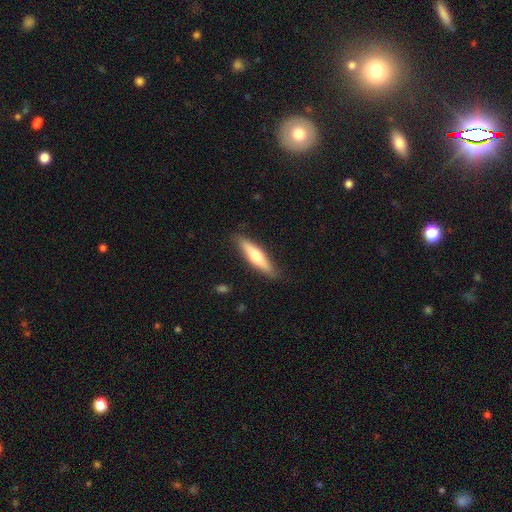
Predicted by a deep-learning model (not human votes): smooth_or_featured: smooth (p=0.58) [alt: featured or disk p=0.37]
how_rounded: cigar-shaped (p=0.77) [alt: in between p=0.22]
merging: none (p=0.86) [alt: minor disturbance p=0.11]